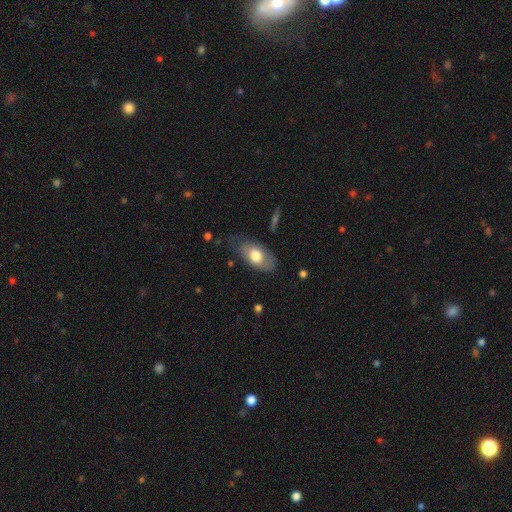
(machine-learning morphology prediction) A smooth galaxy with no disk features (70%) that is in between round and cigar-shaped (92%).

Vote fractions:
- Smooth or featured? smooth: 70% / featured or disk: 24% / star or artifact: 6%
- How rounded? in between: 92% / round: 6% / cigar-shaped: 3%
- Merging? none: 62% / minor disturbance: 27% / major disturbance: 9% / merger: 2%